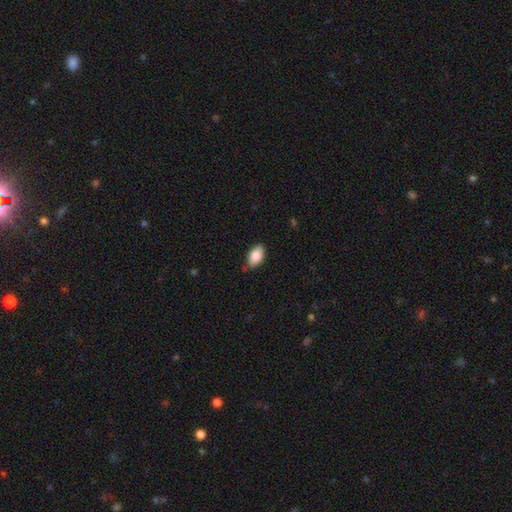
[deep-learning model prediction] This appears to be a smooth galaxy with no disk features (86%) that is in between round and cigar-shaped (93%). Merging: none (77%).